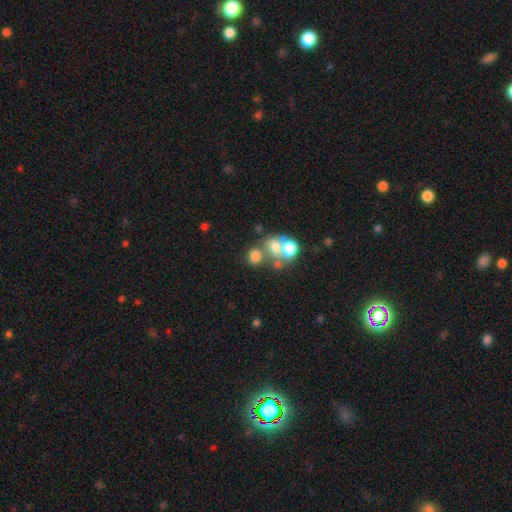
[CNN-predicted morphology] Smooth or featured? Predicted: smooth (p=0.67). How rounded? Predicted: round (p=0.56). Merging? Predicted: merger (p=0.47).